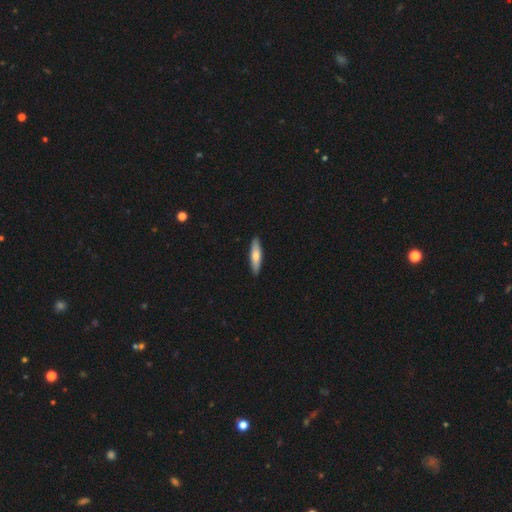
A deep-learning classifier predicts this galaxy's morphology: Smooth or featured: smooth — 64% (featured or disk — 31%)
How rounded: cigar-shaped — 74% (in between — 25%)
Merging: none — 90% (minor disturbance — 7%)